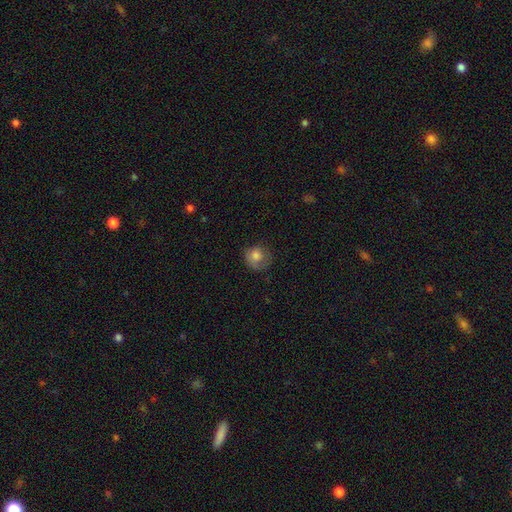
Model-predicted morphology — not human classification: A smooth galaxy with no disk features (76%) that is round (84%). Merging: none (59%).